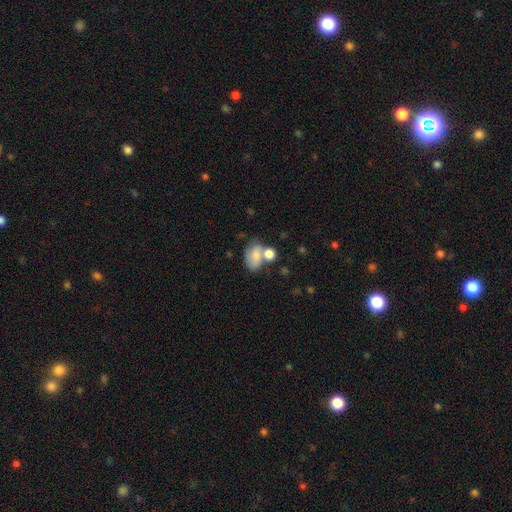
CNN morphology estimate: Smooth or featured?
  - smooth: 66% *
  - featured or disk: 25%
  - star or artifact: 10%
How rounded?
  - in between: 79% *
  - round: 19%
  - cigar-shaped: 2%
Merging?
  - merger: 44% *
  - none: 28%
  - minor disturbance: 17%
  - major disturbance: 11%